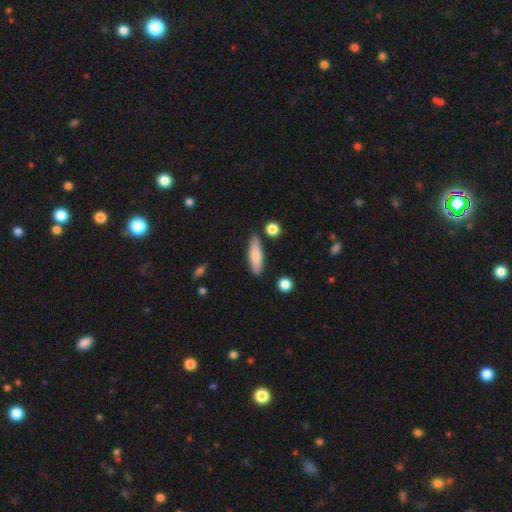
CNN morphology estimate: A smooth galaxy with no disk features (75%) that is cigar-shaped (56%).

Vote fractions:
- Smooth or featured? smooth: 75% / featured or disk: 19% / star or artifact: 6%
- How rounded? cigar-shaped: 56% / in between: 41% / round: 2%
- Merging? none: 81% / minor disturbance: 12% / merger: 4% / major disturbance: 3%